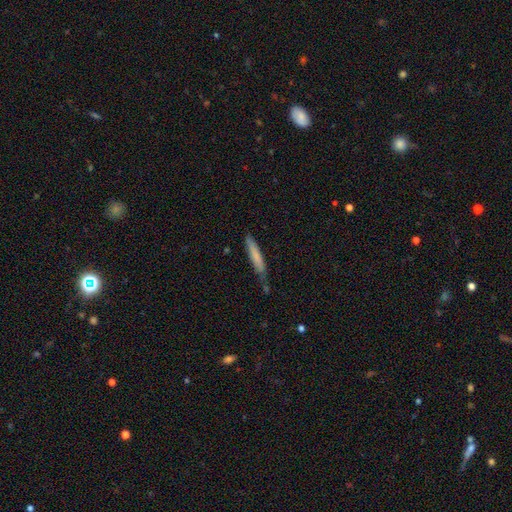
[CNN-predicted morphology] The model was most divided on "merging": none: 70%, minor disturbance: 22%, merger: 4%, major disturbance: 4%. More confident: how rounded — cigar-shaped (93%); smooth or featured — smooth (73%).